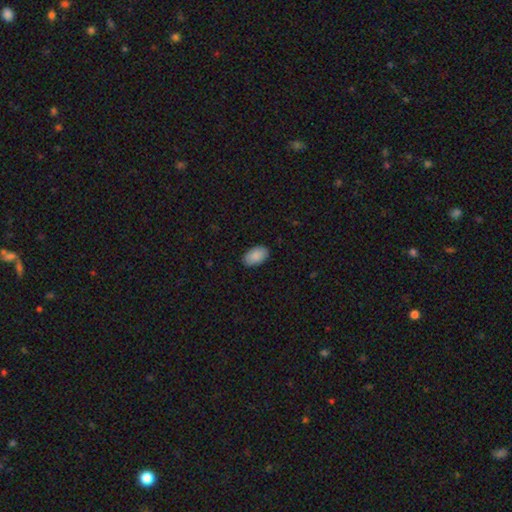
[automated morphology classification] Smooth or featured?
  - smooth: 89% *
  - star or artifact: 6%
  - featured or disk: 5%
How rounded?
  - in between: 94% *
  - round: 4%
  - cigar-shaped: 1%
Merging?
  - none: 89% *
  - minor disturbance: 8%
  - major disturbance: 2%
  - merger: 1%